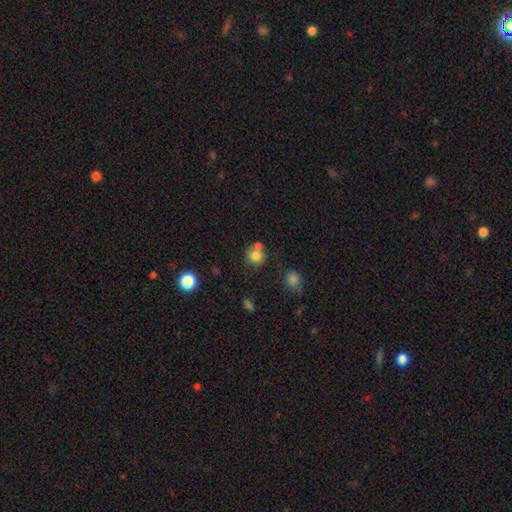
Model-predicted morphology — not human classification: Q: Smooth or featured?
A: smooth (78%); runner-up: star or artifact (11%)
Q: How rounded?
A: round (87%); runner-up: in between (12%)
Q: Merging?
A: none (52%); runner-up: merger (33%)